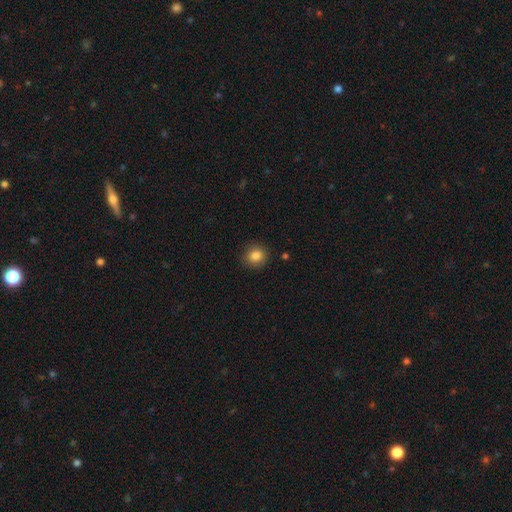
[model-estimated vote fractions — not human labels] A smooth galaxy with no disk features (84%) that is round (84%).

Vote fractions:
- Smooth or featured? smooth: 84% / star or artifact: 11% / featured or disk: 5%
- How rounded? round: 84% / in between: 15% / cigar-shaped: 1%
- Merging? none: 89% / minor disturbance: 8% / major disturbance: 2% / merger: 1%